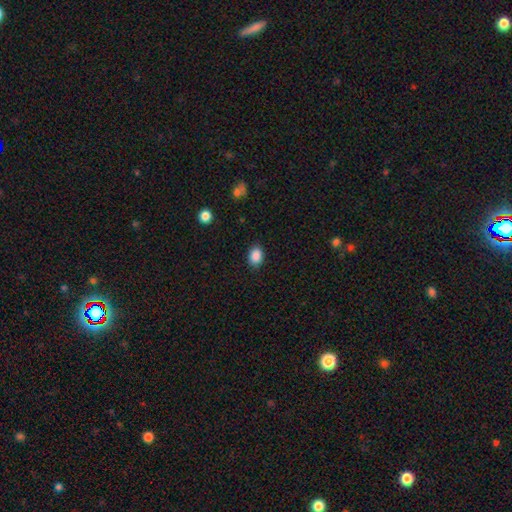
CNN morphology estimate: Q: Smooth or featured?
A: smooth (88%); runner-up: star or artifact (9%)
Q: How rounded?
A: in between (70%); runner-up: round (28%)
Q: Merging?
A: none (87%); runner-up: minor disturbance (9%)